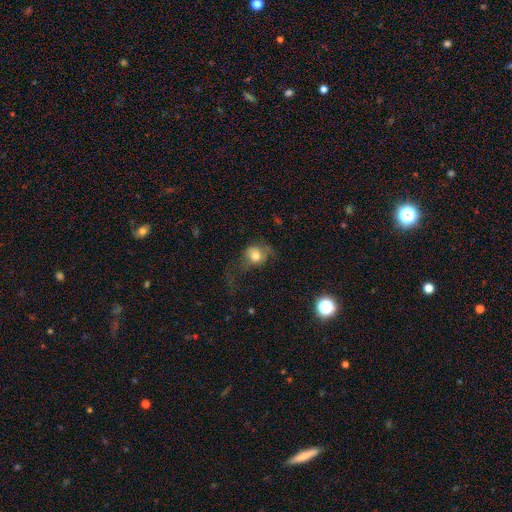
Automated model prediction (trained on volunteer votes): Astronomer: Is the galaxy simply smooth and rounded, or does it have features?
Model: smooth — 72%.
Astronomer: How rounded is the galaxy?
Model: round — 63%.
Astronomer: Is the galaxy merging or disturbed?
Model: major disturbance — 45% (runner-up: none, 30%).